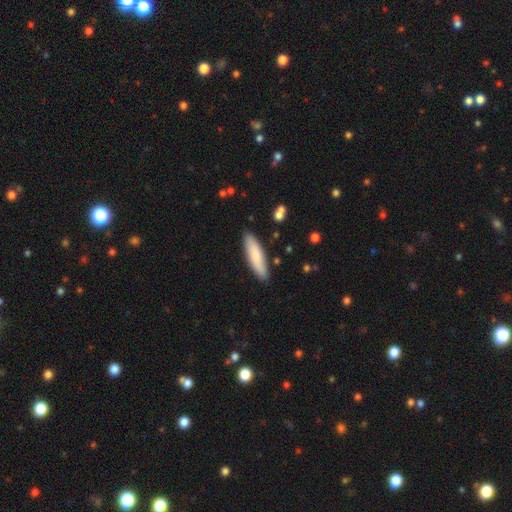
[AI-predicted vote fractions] Smooth or featured?
  - smooth: 80% *
  - featured or disk: 14%
  - star or artifact: 6%
How rounded?
  - cigar-shaped: 67% *
  - in between: 32%
  - round: 1%
Merging?
  - none: 86% *
  - minor disturbance: 10%
  - merger: 2%
  - major disturbance: 2%